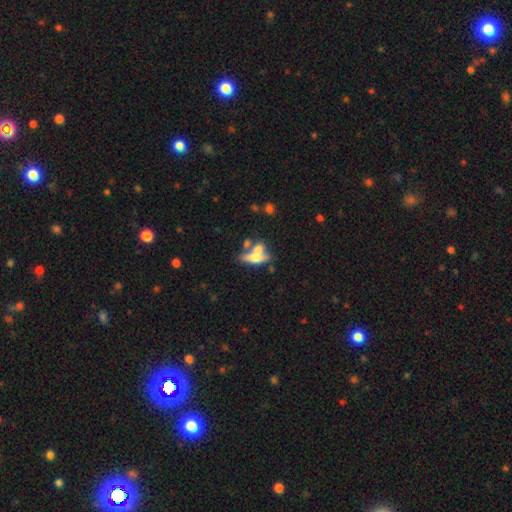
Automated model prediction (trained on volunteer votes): Q: Smooth or featured?
A: smooth (48%); runner-up: featured or disk (43%)
Q: Merging?
A: merger (42%); runner-up: none (38%)